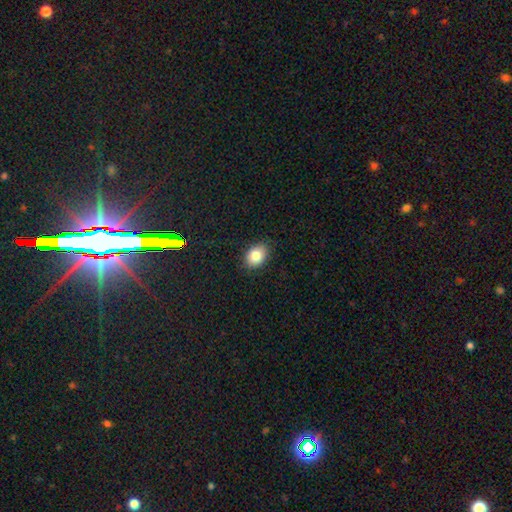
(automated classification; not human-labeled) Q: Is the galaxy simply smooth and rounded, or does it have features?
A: smooth — 83%.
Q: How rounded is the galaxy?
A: in between — 70%.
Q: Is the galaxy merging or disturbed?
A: none — 86%.